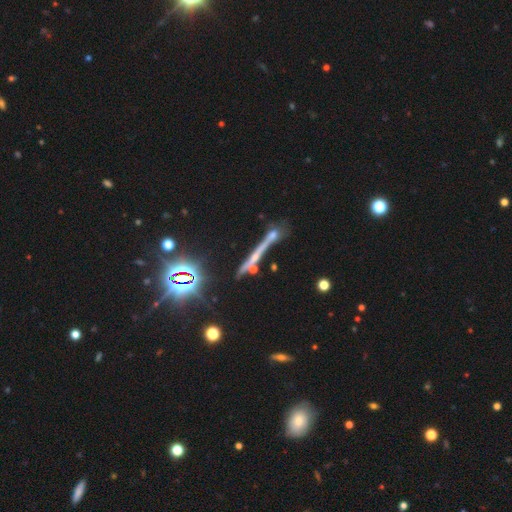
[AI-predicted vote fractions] This is possibly a featured or disk galaxy (49%). Merging: likely none (61%).